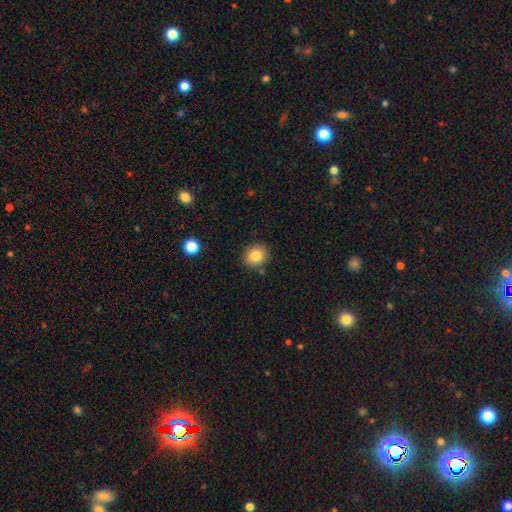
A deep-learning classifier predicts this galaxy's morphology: This appears to be a smooth galaxy with no disk features (81%) that is round (80%). Merging: none (85%).